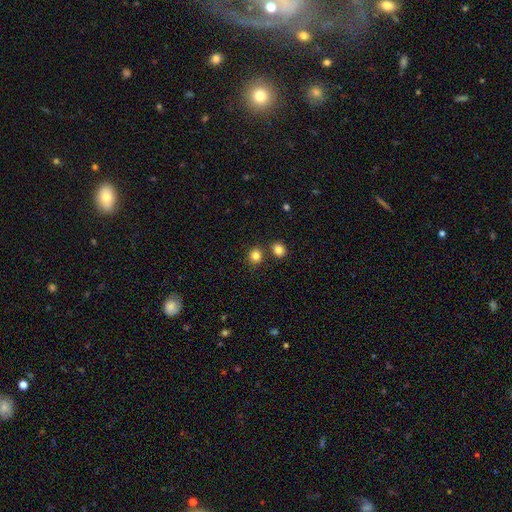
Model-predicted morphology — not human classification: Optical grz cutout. It shows a smooth galaxy with no disk features (83%) that is round (83%). Merging: none (76%).